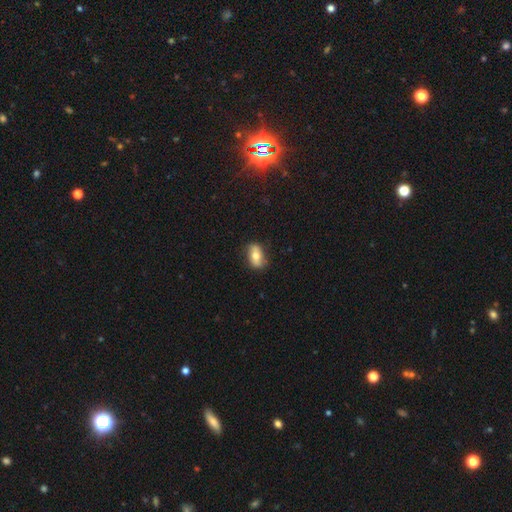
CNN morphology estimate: Overall: smooth (60%; featured or disk 32%). How rounded: in between (84%). Merging: none (80%).